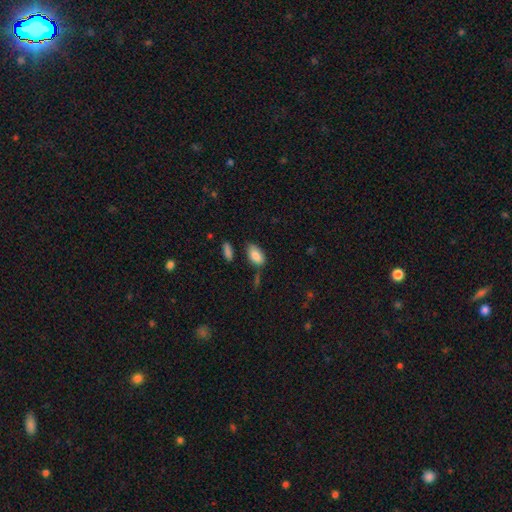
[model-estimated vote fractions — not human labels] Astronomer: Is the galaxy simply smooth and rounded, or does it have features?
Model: smooth — 86%.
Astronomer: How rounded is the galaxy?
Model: in between — 93%.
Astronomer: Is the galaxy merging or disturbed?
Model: none — 66%.